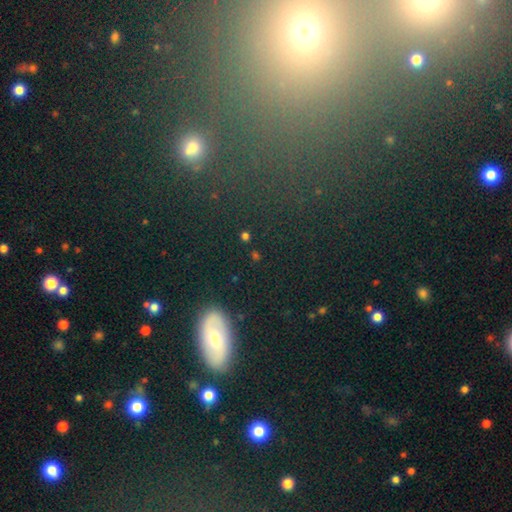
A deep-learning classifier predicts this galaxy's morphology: A smooth galaxy with no disk features (37%). Merging: none (83%).